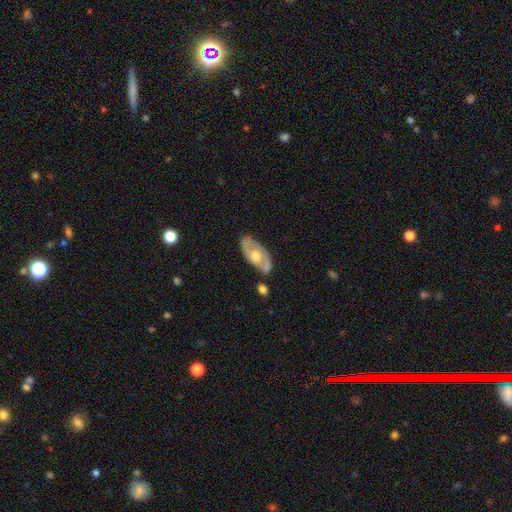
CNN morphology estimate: type=featured or disk (64%); edge-on=no (85%); bar=no (72%); spiral arms=no (53%); bulge=moderate (72%); merging=none (72%).